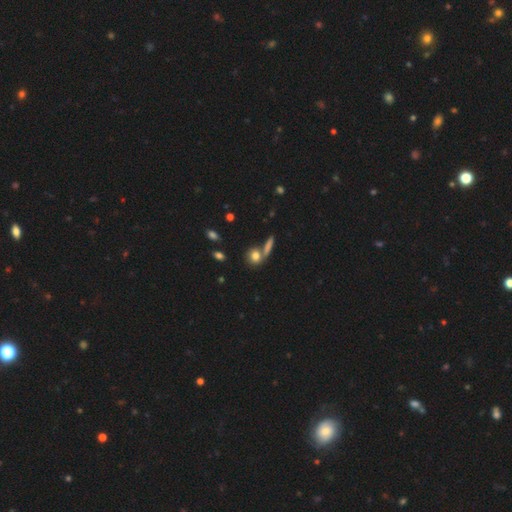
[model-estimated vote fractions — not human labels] A smooth galaxy with no disk features (77%) that is round (68%).

Vote fractions:
- Smooth or featured? smooth: 77% / featured or disk: 12% / star or artifact: 11%
- How rounded? round: 68% / in between: 23% / cigar-shaped: 9%
- Merging? none: 61% / merger: 25% / minor disturbance: 10% / major disturbance: 4%